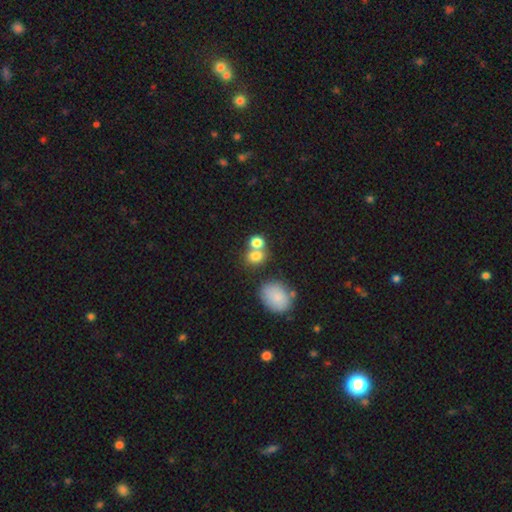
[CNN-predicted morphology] Smooth or featured? smooth (77%)
How rounded? round (58%)
Merging? merger (44%)